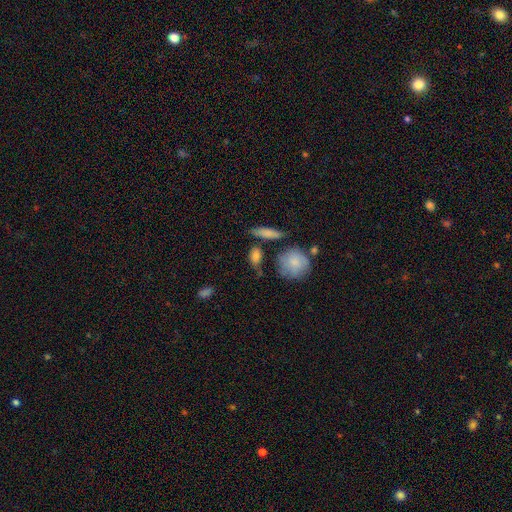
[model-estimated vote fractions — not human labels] Smooth or featured? smooth (77%)
How rounded? in between (70%)
Merging? none (62%)